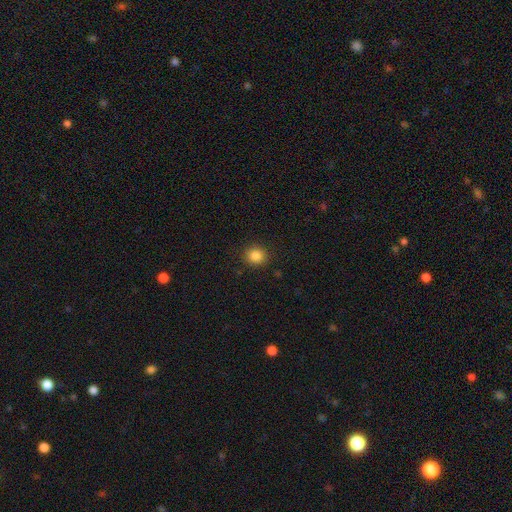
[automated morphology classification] A smooth galaxy with no disk features (85%) that is round (88%).

Vote fractions:
- Smooth or featured? smooth: 85% / star or artifact: 11% / featured or disk: 4%
- How rounded? round: 88% / in between: 11% / cigar-shaped: 1%
- Merging? none: 90% / minor disturbance: 6% / major disturbance: 2% / merger: 1%